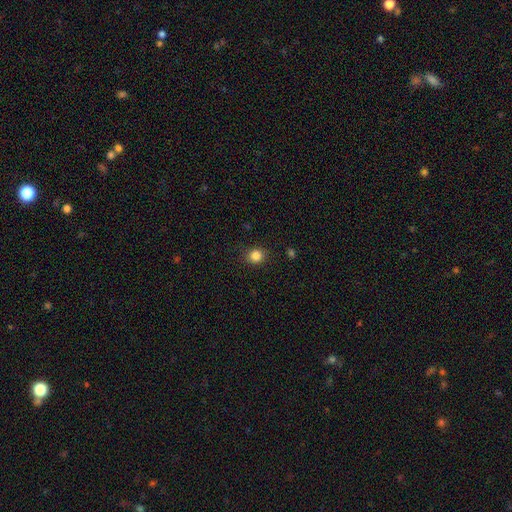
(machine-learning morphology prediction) A smooth galaxy with no disk features (85%) that is round (81%).

Vote fractions:
- Smooth or featured? smooth: 85% / star or artifact: 11% / featured or disk: 4%
- How rounded? round: 81% / in between: 18% / cigar-shaped: 1%
- Merging? none: 89% / minor disturbance: 8% / major disturbance: 2% / merger: 1%